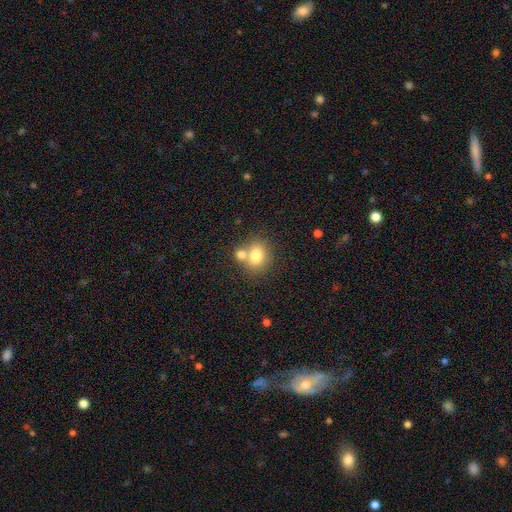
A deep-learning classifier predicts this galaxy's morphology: Smooth or featured?
  - smooth: 78% *
  - featured or disk: 12%
  - star or artifact: 10%
How rounded?
  - round: 55% *
  - in between: 44%
  - cigar-shaped: 1%
Merging?
  - none: 48% *
  - merger: 38%
  - minor disturbance: 10%
  - major disturbance: 4%